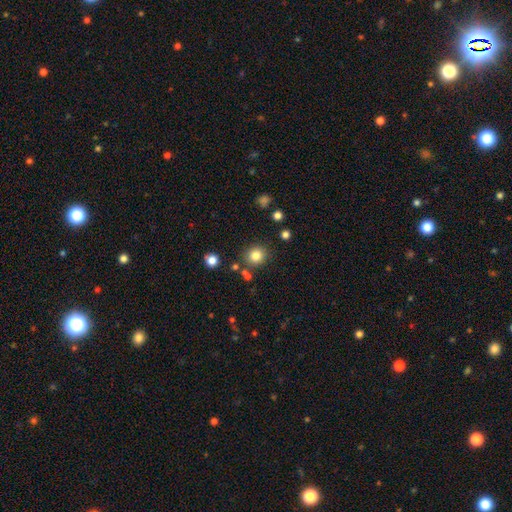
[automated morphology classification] This appears to be a smooth galaxy with no disk features (82%) that is round (88%). Merging: none (83%).